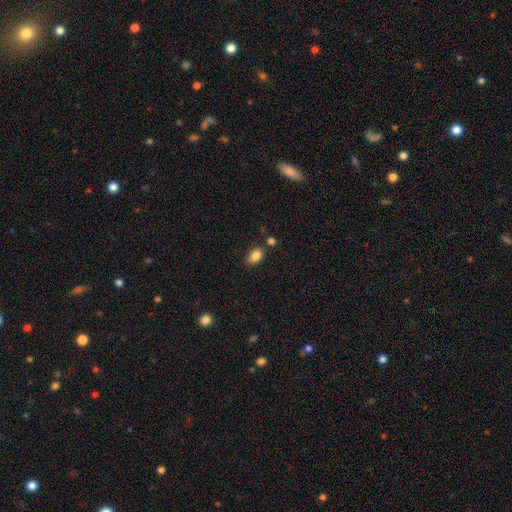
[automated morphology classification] Smooth or featured: smooth — 85% (star or artifact — 9%)
How rounded: in between — 85% (round — 14%)
Merging: none — 72% (minor disturbance — 17%)